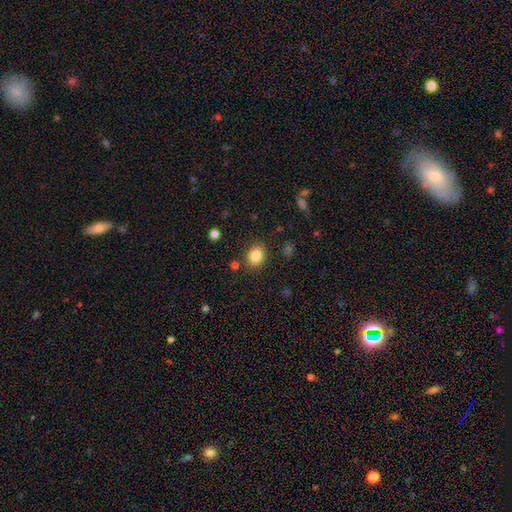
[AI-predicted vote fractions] The model was most divided on "how rounded": in between: 52%, round: 47%, cigar-shaped: 1%. More confident: smooth or featured — smooth (85%); merging — none (84%).